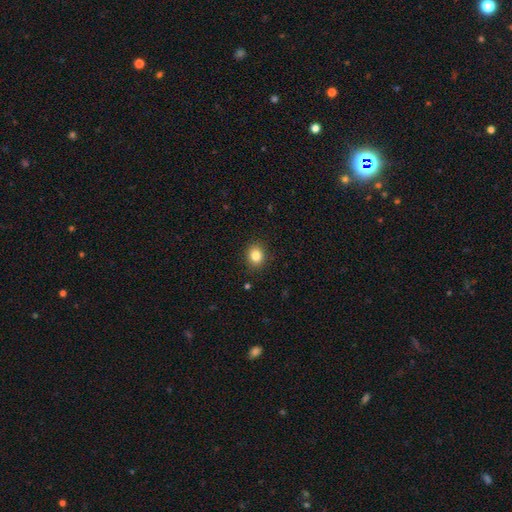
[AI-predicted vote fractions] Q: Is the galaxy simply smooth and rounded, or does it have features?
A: smooth — 84%.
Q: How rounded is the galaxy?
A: round — 61%.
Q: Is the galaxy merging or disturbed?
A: none — 89%.